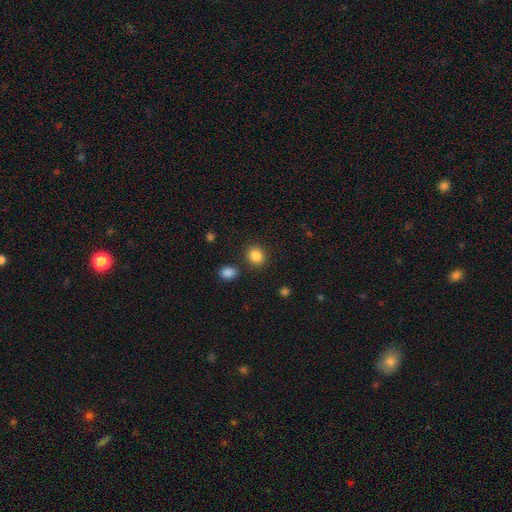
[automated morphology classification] smooth_or_featured: smooth (p=0.86) [alt: star or artifact p=0.10]
how_rounded: round (p=0.76) [alt: in between p=0.23]
merging: none (p=0.86) [alt: minor disturbance p=0.07]